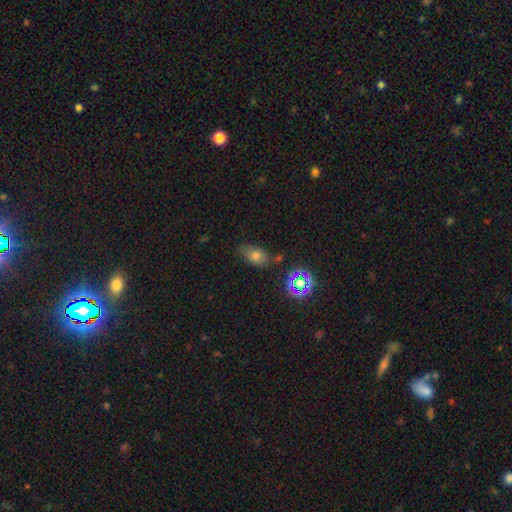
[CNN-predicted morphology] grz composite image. It shows a smooth galaxy with no disk features (69%) that is in between round and cigar-shaped (81%). Merging: none (70%).